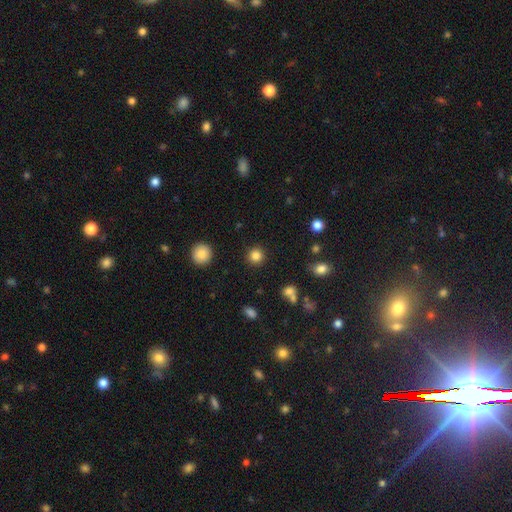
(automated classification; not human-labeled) Q: Smooth or featured?
A: smooth (84%); runner-up: star or artifact (11%)
Q: How rounded?
A: round (94%); runner-up: in between (5%)
Q: Merging?
A: none (90%); runner-up: minor disturbance (5%)